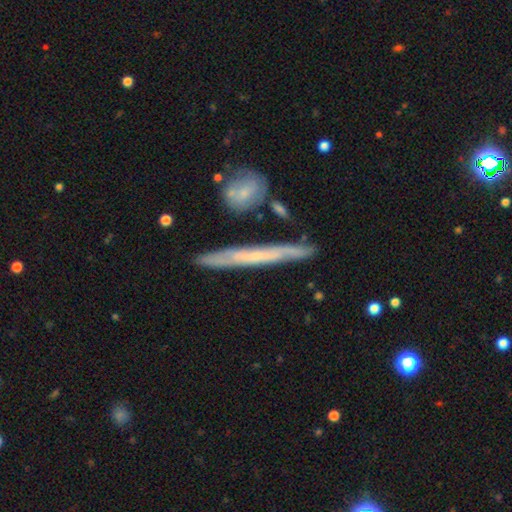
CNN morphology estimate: smooth-or-featured: featured or disk: 58% | smooth: 36% | star or artifact: 7%
  disk-edge-on: yes: 87% | no: 13%
    edge-on-bulge: none: 80% | rounded: 15% | boxy: 5%
  merging: none: 82% | minor disturbance: 12% | merger: 4% | major disturbance: 2%